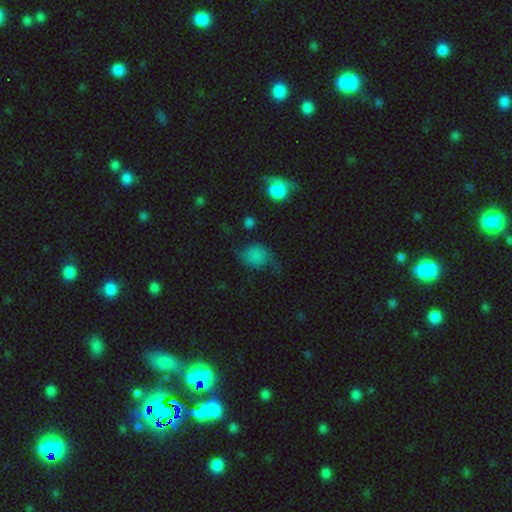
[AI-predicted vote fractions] Smooth or featured? smooth (69%)
How rounded? round (55%)
Merging? none (40%)